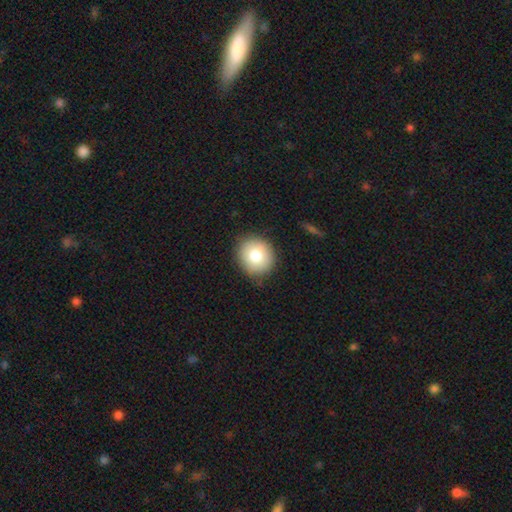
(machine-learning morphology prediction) Smooth or featured? smooth (80%)
How rounded? round (86%)
Merging? none (86%)